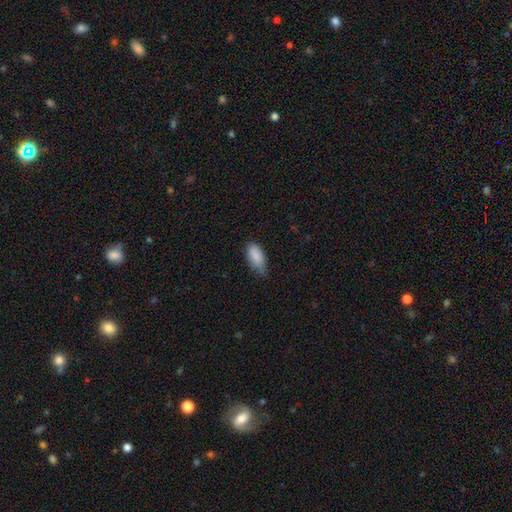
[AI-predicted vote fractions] Overall: smooth (87%). How rounded: in between (91%). Merging: none (56%; minor disturbance 37%).